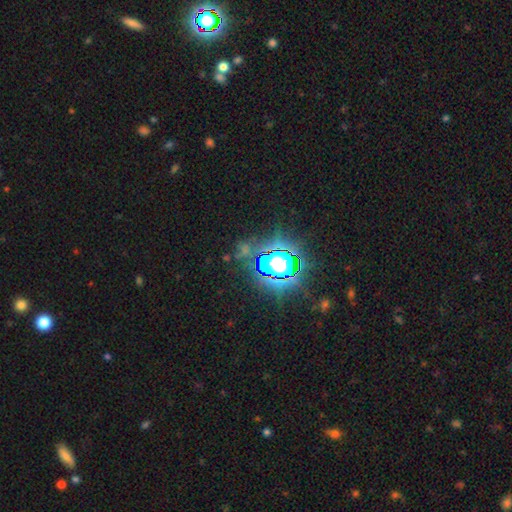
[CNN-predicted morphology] A star or artifact, not a galaxy (82%).